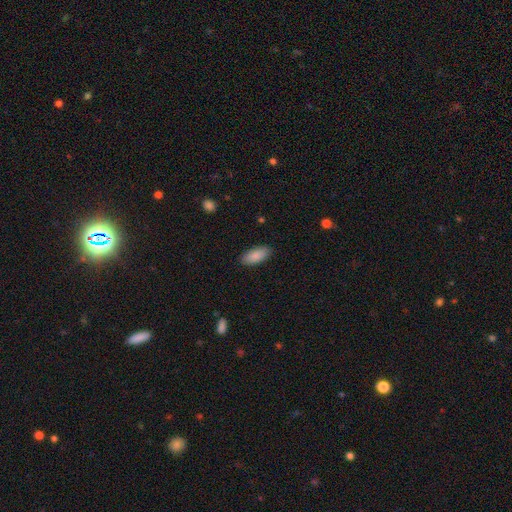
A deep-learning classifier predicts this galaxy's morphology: Smooth or featured? Predicted: smooth (p=0.88). How rounded? Predicted: in between (p=0.86). Merging? Predicted: none (p=0.88).